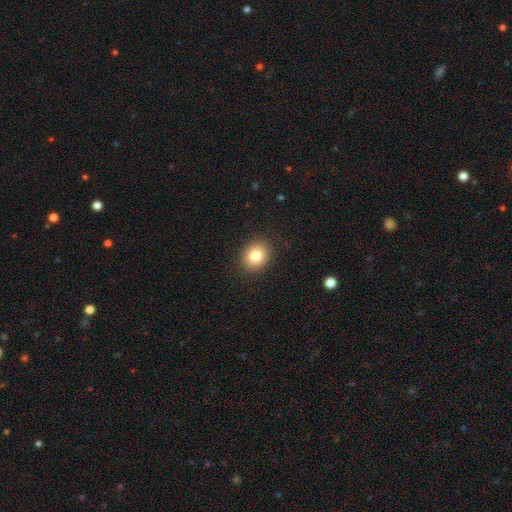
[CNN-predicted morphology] A smooth galaxy with no disk features (82%) that is round (61%).

Vote fractions:
- Smooth or featured? smooth: 82% / star or artifact: 10% / featured or disk: 8%
- How rounded? round: 61% / in between: 38% / cigar-shaped: 1%
- Merging? none: 89% / minor disturbance: 7% / major disturbance: 2% / merger: 1%